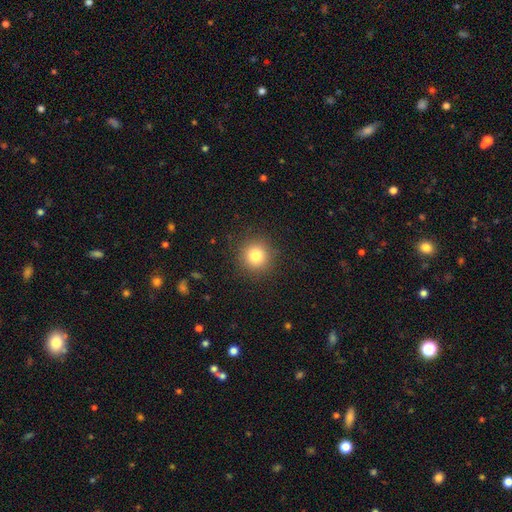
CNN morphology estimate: A smooth galaxy with no disk features (81%) that is round (94%).

Vote fractions:
- Smooth or featured? smooth: 81% / star or artifact: 12% / featured or disk: 7%
- How rounded? round: 94% / in between: 5% / cigar-shaped: 1%
- Merging? none: 90% / minor disturbance: 6% / major disturbance: 2% / merger: 1%